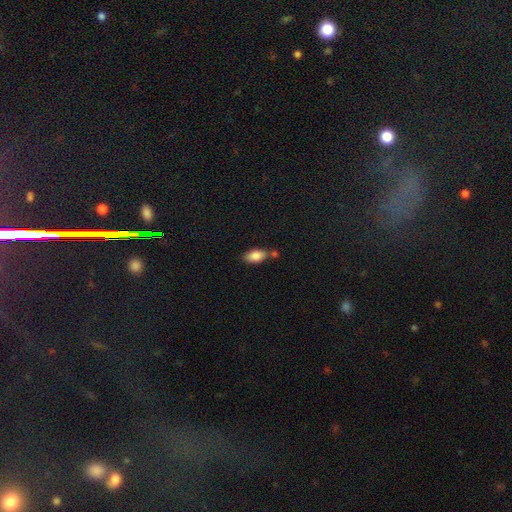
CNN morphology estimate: Smooth or featured?
  - smooth: 85% *
  - featured or disk: 8%
  - star or artifact: 7%
How rounded?
  - in between: 91% *
  - cigar-shaped: 5%
  - round: 4%
Merging?
  - none: 63% *
  - merger: 17%
  - minor disturbance: 16%
  - major disturbance: 4%